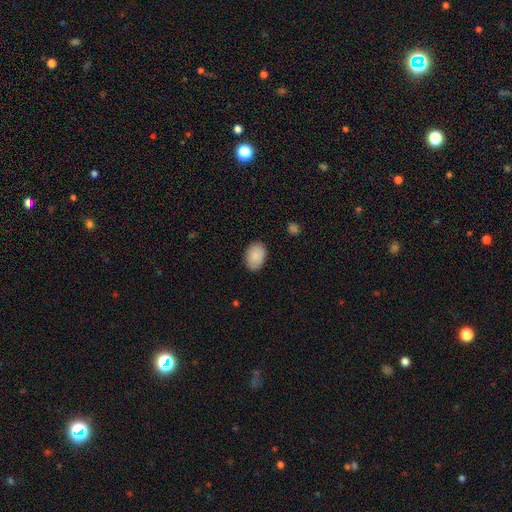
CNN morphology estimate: Q: Smooth or featured?
A: smooth (87%); runner-up: featured or disk (6%)
Q: How rounded?
A: in between (85%); runner-up: round (14%)
Q: Merging?
A: none (86%); runner-up: minor disturbance (11%)